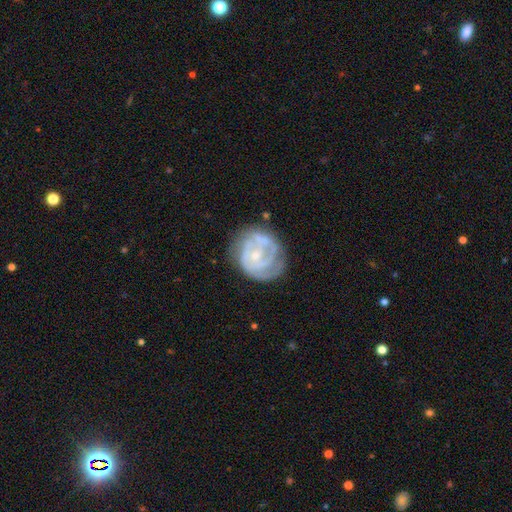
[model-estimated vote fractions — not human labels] Smooth or featured? Predicted: featured or disk (p=0.79). Edge-on disk? Predicted: no (p=0.98). Bar? Predicted: no (p=0.67). Spiral arms? Predicted: yes (p=0.85). Spiral winding? Predicted: tight (p=0.61). Spiral arm count? Predicted: can't tell (p=0.33). Bulge size? Predicted: small (p=0.69). Merging? Predicted: none (p=0.62).